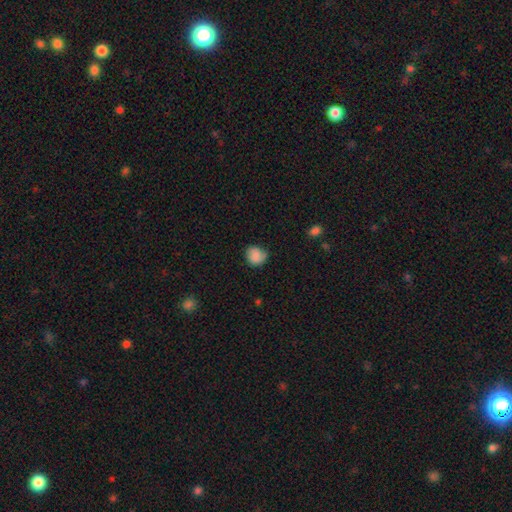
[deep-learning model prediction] Smooth or featured? Predicted: smooth (p=0.83). How rounded? Predicted: round (p=0.77). Merging? Predicted: none (p=0.66).